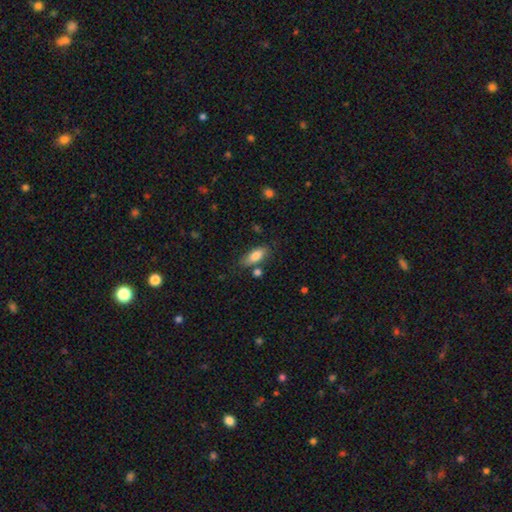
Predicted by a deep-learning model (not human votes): The model was most divided on "merging": none: 72%, minor disturbance: 16%, merger: 8%, major disturbance: 4%. More confident: smooth or featured — smooth (82%); how rounded — in between (80%).